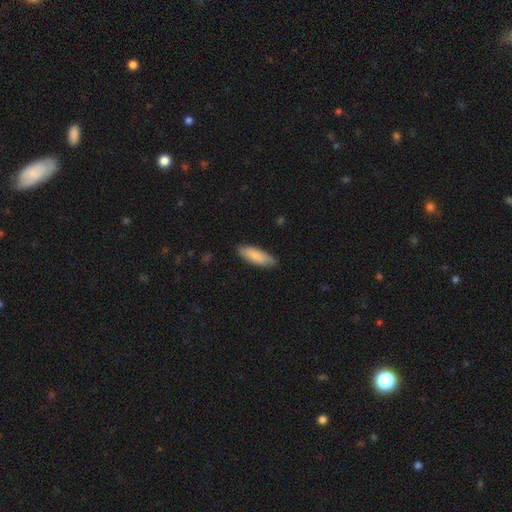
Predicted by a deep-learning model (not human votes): Smooth or featured? Predicted: smooth (p=0.84). How rounded? Predicted: in between (p=0.59). Merging? Predicted: none (p=0.83).